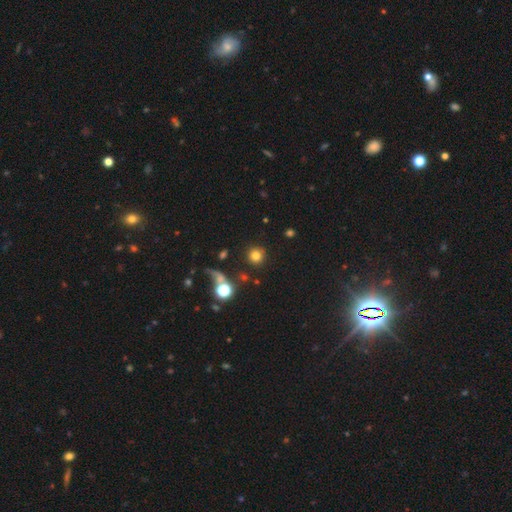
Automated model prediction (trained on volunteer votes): A smooth galaxy with no disk features (77%) that is round (94%). Merging: none (86%).